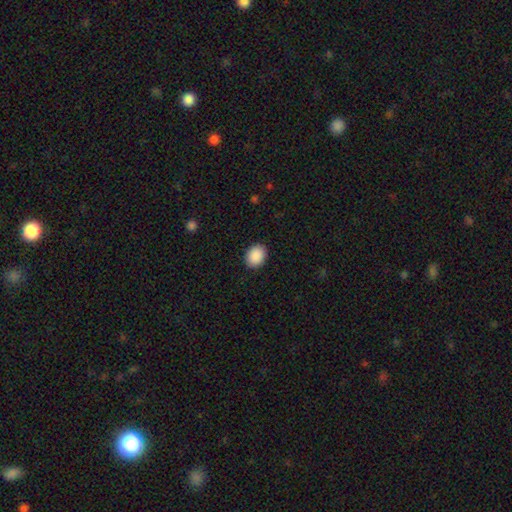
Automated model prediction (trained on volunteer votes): Smooth or featured?
  - smooth: 91% *
  - star or artifact: 7%
  - featured or disk: 2%
How rounded?
  - in between: 61% *
  - round: 38%
  - cigar-shaped: 1%
Merging?
  - none: 90% *
  - minor disturbance: 7%
  - major disturbance: 2%
  - merger: 1%